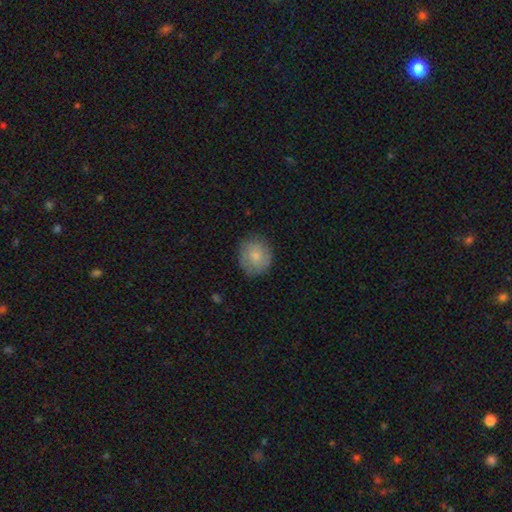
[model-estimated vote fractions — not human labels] Smooth or featured? Predicted: smooth (p=0.73). How rounded? Predicted: round (p=0.84). Merging? Predicted: none (p=0.77).